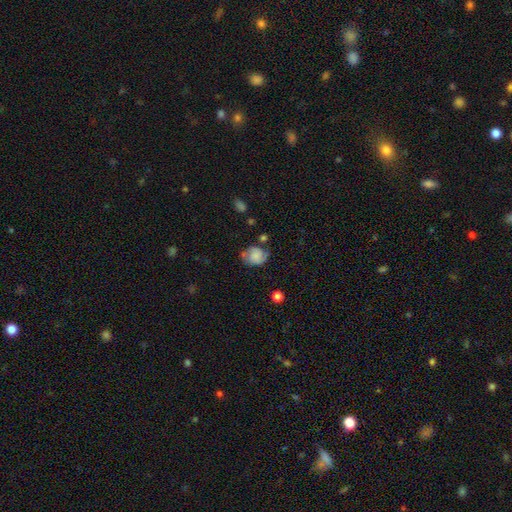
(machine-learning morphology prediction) smooth_or_featured: smooth (p=0.49) [alt: featured or disk p=0.41]
merging: none (p=0.54) [alt: minor disturbance p=0.27]